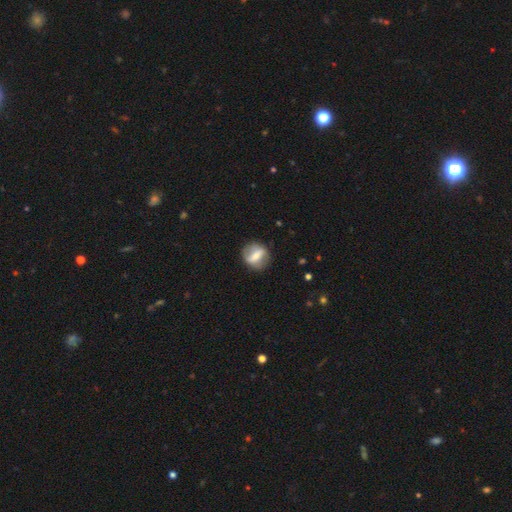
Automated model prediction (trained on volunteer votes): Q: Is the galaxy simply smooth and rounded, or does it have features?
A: featured or disk — 57%.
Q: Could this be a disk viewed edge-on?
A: no — 86%.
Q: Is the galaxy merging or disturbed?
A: none — 82%.